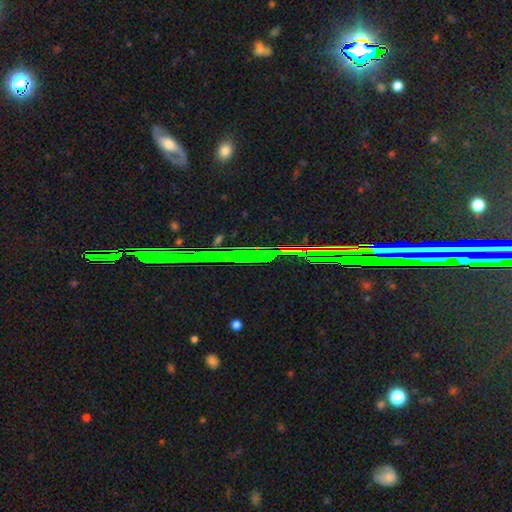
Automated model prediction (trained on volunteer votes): star or artifact 81%, featured or disk 10%, smooth 8%.